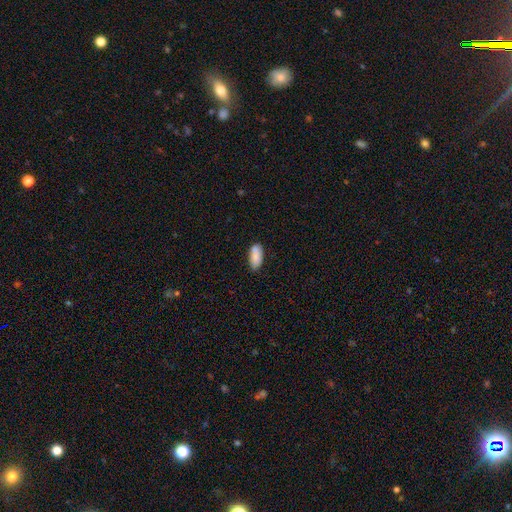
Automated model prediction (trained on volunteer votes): smooth 84%, featured or disk 10%, star or artifact 7%. Down the decision tree: how rounded — in between (87%); merging — none (73%).